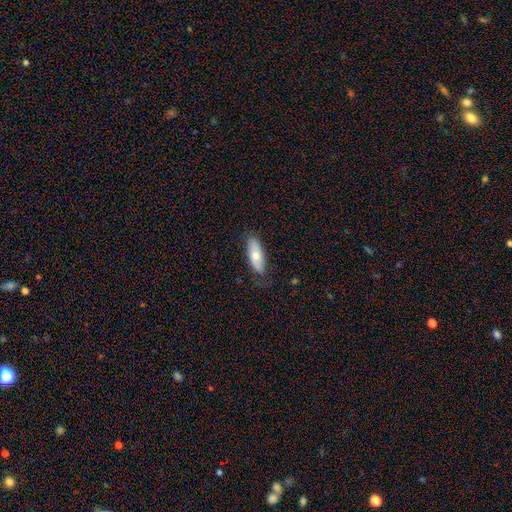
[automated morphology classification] A smooth galaxy with no disk features (64%) that is in between round and cigar-shaped (75%).

Vote fractions:
- Smooth or featured? smooth: 64% / featured or disk: 30% / star or artifact: 6%
- How rounded? in between: 75% / cigar-shaped: 22% / round: 2%
- Merging? none: 76% / minor disturbance: 18% / major disturbance: 4% / merger: 1%